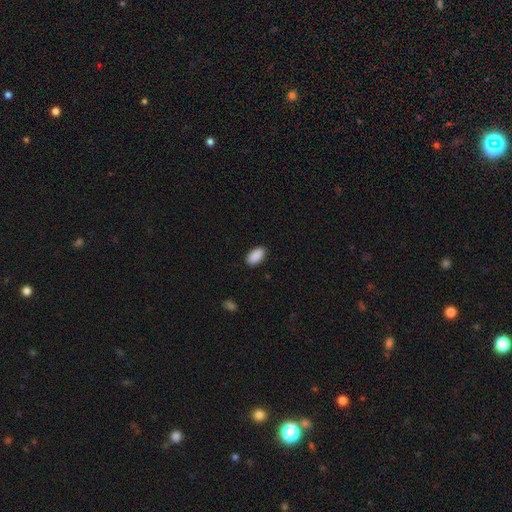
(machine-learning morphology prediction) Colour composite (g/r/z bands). It shows a smooth galaxy with no disk features (91%) that is in between round and cigar-shaped (95%). Merging: none (89%).